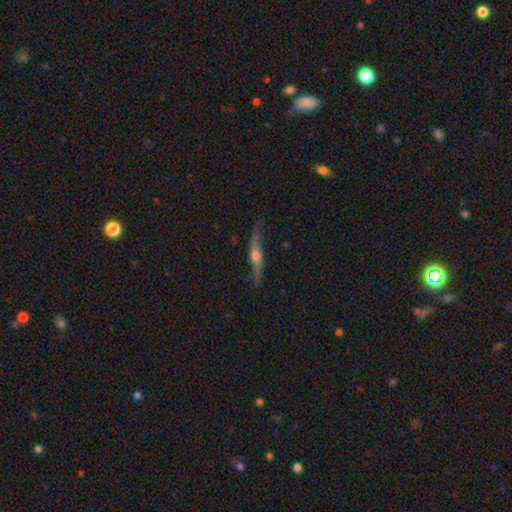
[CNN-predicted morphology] Smooth or featured? featured or disk (81%)
Edge-on disk? yes (95%)
Edge-on bulge? rounded (93%)
Merging? none (84%)